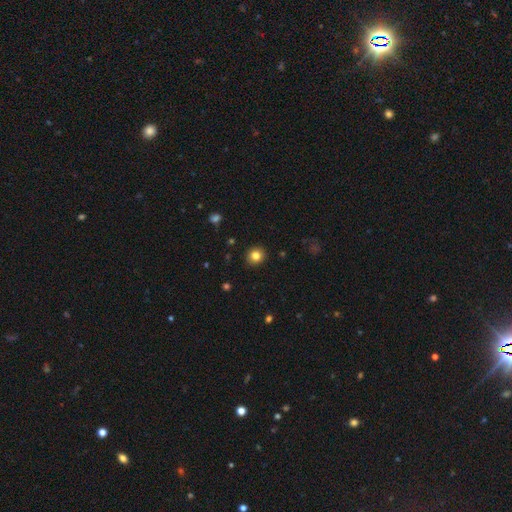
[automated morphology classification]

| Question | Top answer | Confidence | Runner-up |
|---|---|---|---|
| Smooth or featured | smooth | 82% | star or artifact (11%) |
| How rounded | round | 84% | in between (15%) |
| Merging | none | 91% | minor disturbance (7%) |